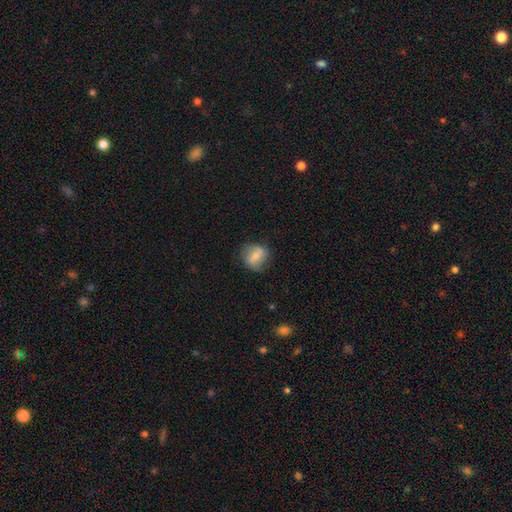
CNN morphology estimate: The model was most divided on "smooth or featured": smooth: 60%, featured or disk: 32%, star or artifact: 8%. More confident: how rounded — round (74%); merging — none (73%).